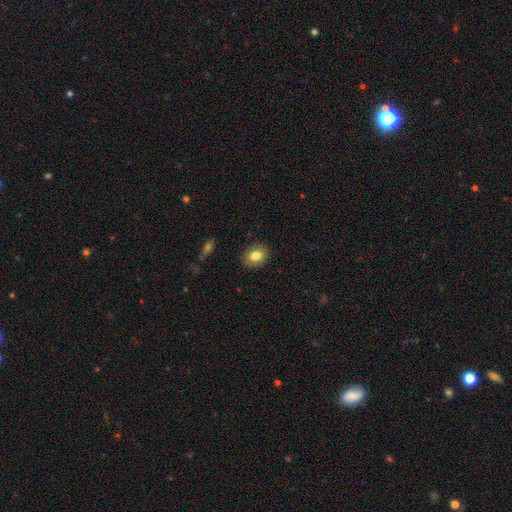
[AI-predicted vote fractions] Smooth or featured? Predicted: smooth (p=0.81). How rounded? Predicted: in between (p=0.63). Merging? Predicted: none (p=0.88).